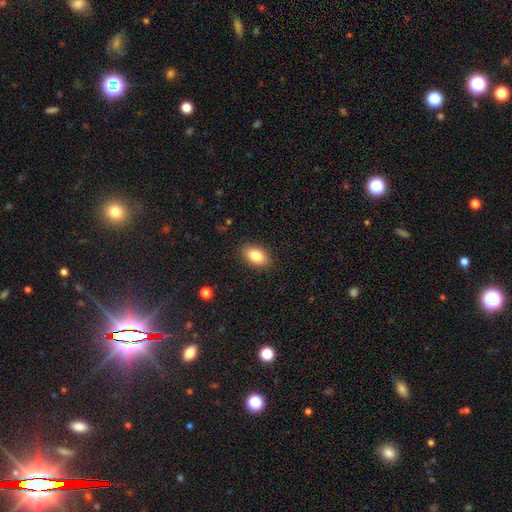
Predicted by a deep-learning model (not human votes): The model was most divided on "smooth or featured": smooth: 84%, featured or disk: 8%, star or artifact: 8%. More confident: how rounded — in between (90%); merging — none (87%).